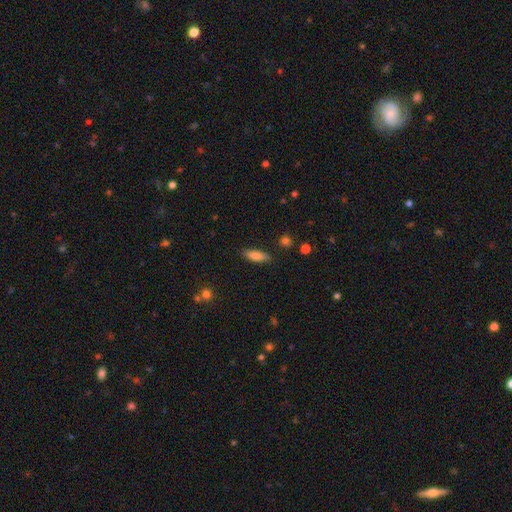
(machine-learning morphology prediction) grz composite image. It shows a smooth galaxy with no disk features (79%) that is in between round and cigar-shaped (53%). Merging: none (85%).